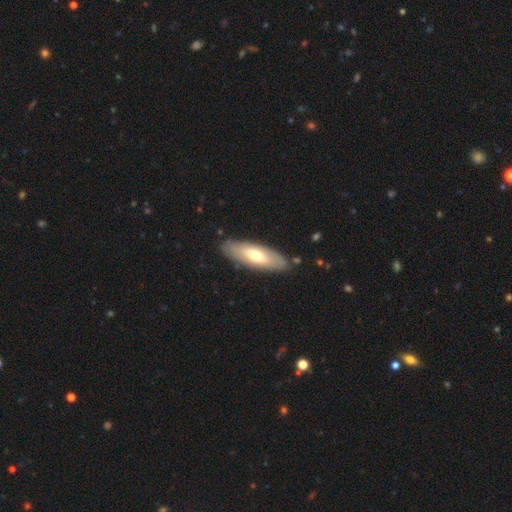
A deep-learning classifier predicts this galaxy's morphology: Overall: smooth (54%; featured or disk 41%). How rounded: in between (59%; cigar-shaped 39%). Merging: none (85%).